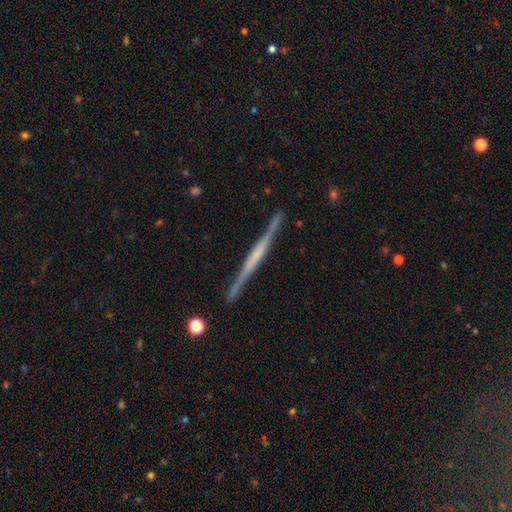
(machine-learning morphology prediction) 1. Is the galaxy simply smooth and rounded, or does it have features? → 74% featured or disk, 21% smooth, 6% star or artifact.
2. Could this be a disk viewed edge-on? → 98% yes, 2% no.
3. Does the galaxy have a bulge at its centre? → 53% none, 24% rounded, 23% boxy.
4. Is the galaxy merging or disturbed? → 89% none, 8% minor disturbance, 2% major disturbance, 1% merger.